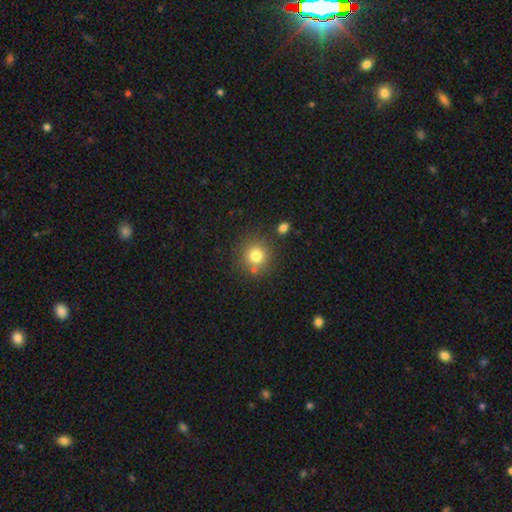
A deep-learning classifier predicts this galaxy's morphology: Smooth or featured? smooth (79%)
How rounded? round (92%)
Merging? none (77%)